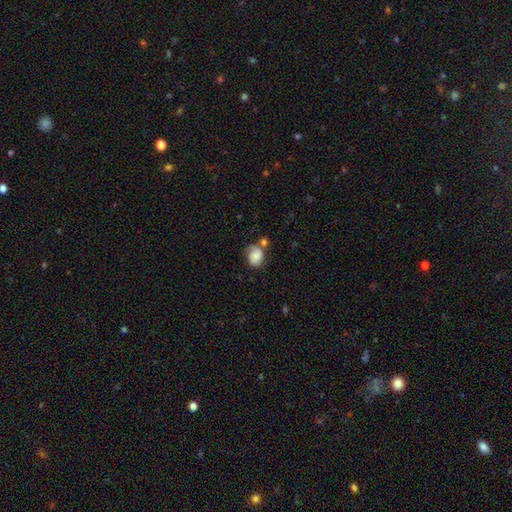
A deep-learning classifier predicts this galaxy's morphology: A smooth galaxy with no disk features (70%) that is in between round and cigar-shaped (54%).

Vote fractions:
- Smooth or featured? smooth: 70% / featured or disk: 21% / star or artifact: 9%
- How rounded? in between: 54% / round: 46% / cigar-shaped: 1%
- Merging? none: 48% / minor disturbance: 26% / merger: 17% / major disturbance: 9%